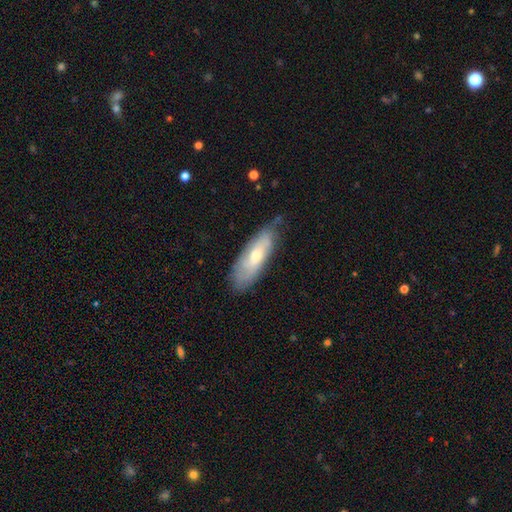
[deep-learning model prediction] This appears to be a smooth galaxy with no disk features (52%) that is in between round and cigar-shaped (57%). Merging: none (69%).